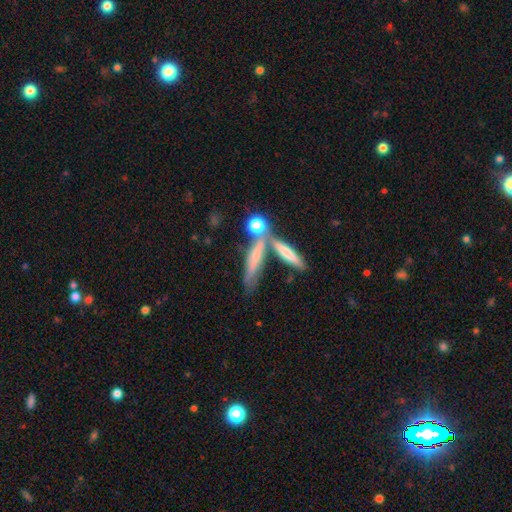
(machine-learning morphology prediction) Q: Smooth or featured?
A: smooth (54%); runner-up: featured or disk (36%)
Q: How rounded?
A: cigar-shaped (78%); runner-up: in between (16%)
Q: Merging?
A: none (49%); runner-up: merger (31%)